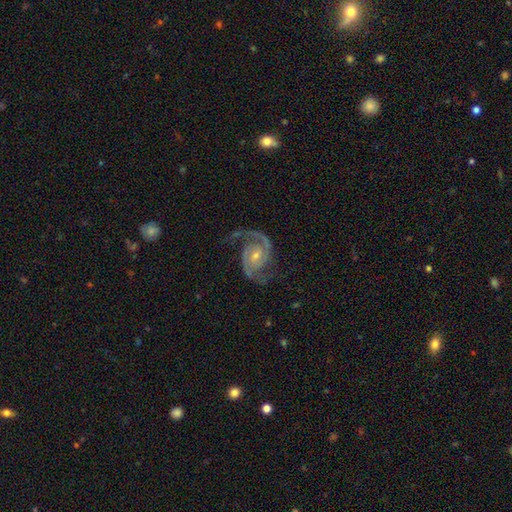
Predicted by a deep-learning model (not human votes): featured or disk 93%, star or artifact 4%, smooth 3%. Down the decision tree: edge-on disk — no (98%); bar — no (61%); spiral arms — yes (99%); spiral arm count — 2 (93%); spiral winding — medium (60%); bulge size — small (55%); merging — none (78%).